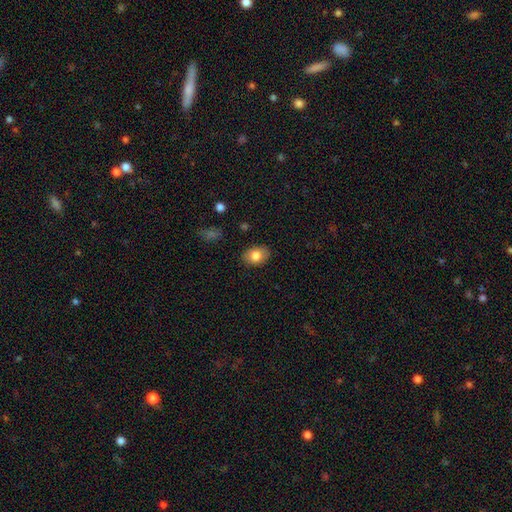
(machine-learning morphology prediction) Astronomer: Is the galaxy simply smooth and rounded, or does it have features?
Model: smooth — 81%.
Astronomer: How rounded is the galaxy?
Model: in between — 74%.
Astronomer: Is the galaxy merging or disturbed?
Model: none — 86%.